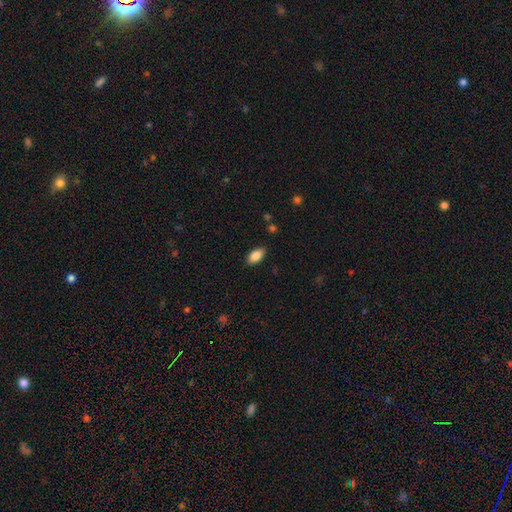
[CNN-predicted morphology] Smooth or featured?
  - smooth: 86% *
  - star or artifact: 7%
  - featured or disk: 7%
How rounded?
  - in between: 92% *
  - cigar-shaped: 4%
  - round: 4%
Merging?
  - none: 87% *
  - minor disturbance: 10%
  - major disturbance: 2%
  - merger: 1%